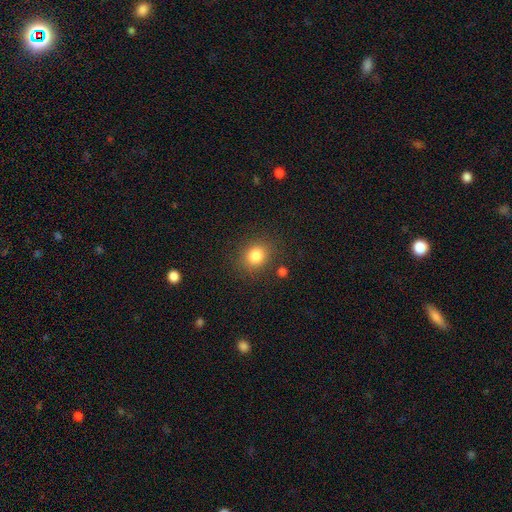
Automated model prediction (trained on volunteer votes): Morphology: type=smooth (83%); roundness=round (71%); merging=none (83%).